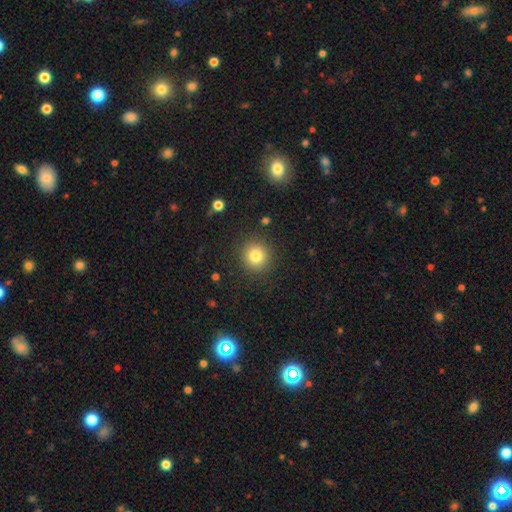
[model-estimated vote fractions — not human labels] Morphology: type=smooth (82%); roundness=round (92%); merging=none (89%).